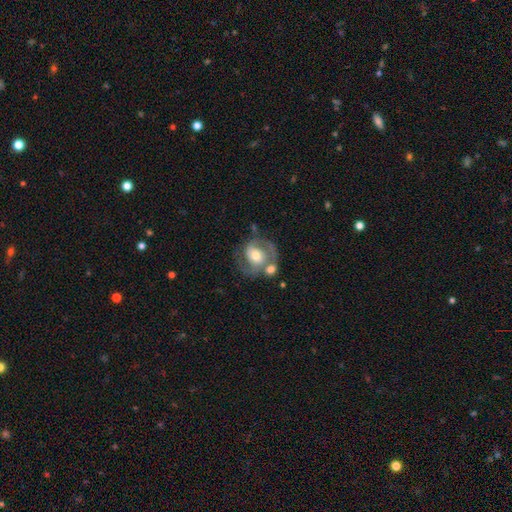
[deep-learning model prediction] The model was most divided on "spiral winding": medium: 48%, tight: 36%, loose: 16%. Remaining: edge-on disk — no (97%); spiral arms — yes (86%); spiral arm count — 2 (79%); smooth or featured — featured or disk (74%); bulge size — moderate (65%); bar — no (56%); merging — none (50%).